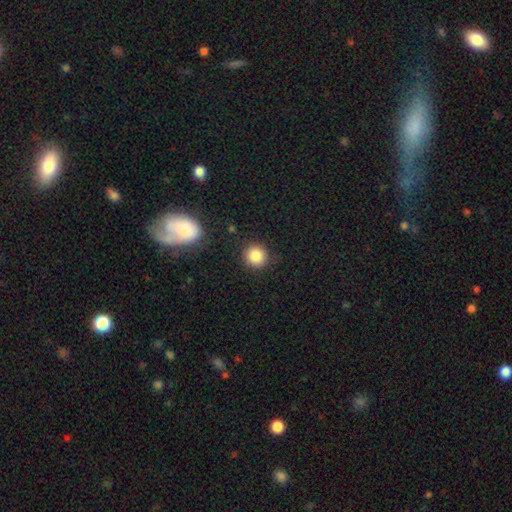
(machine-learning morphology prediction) smooth 85%, star or artifact 10%, featured or disk 5%. Down the decision tree: how rounded — round (92%); merging — none (88%).